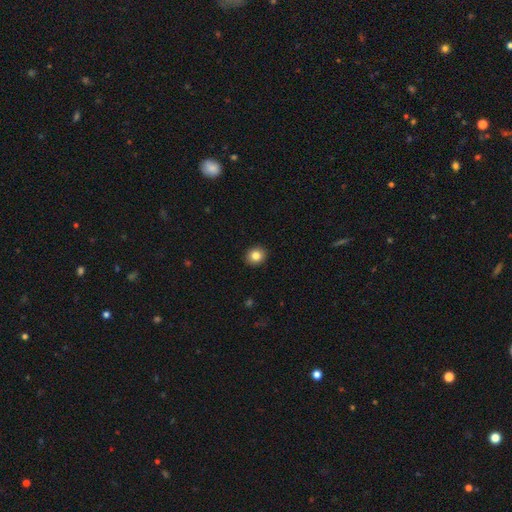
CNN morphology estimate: Overall: smooth (84%). How rounded: round (73%). Merging: none (92%).